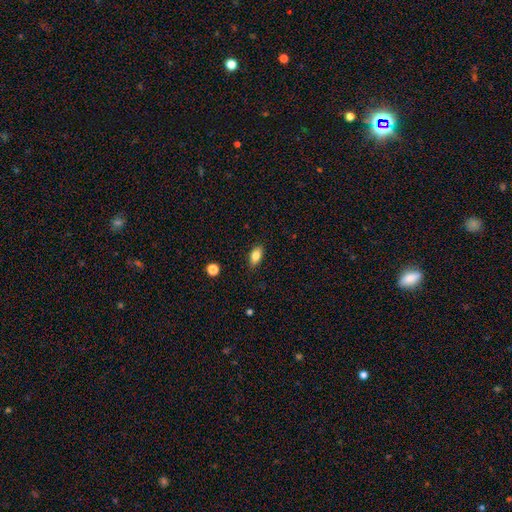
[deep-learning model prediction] The model was most divided on "smooth or featured": smooth: 83%, featured or disk: 9%, star or artifact: 8%. More confident: how rounded — in between (87%); merging — none (86%).